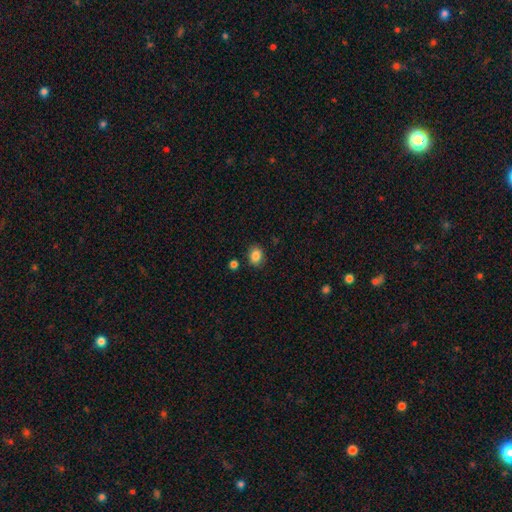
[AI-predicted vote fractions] The model was most divided on "how rounded": round: 52%, in between: 47%, cigar-shaped: 1%. More confident: smooth or featured — smooth (86%); merging — none (85%).